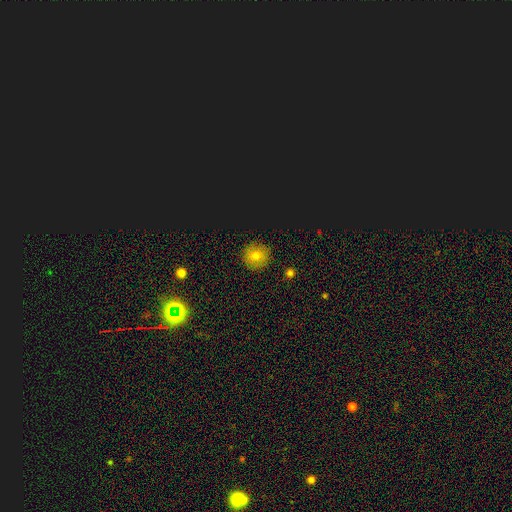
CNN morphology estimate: A smooth galaxy with no disk features (73%) that is round (93%). Merging: none (91%).